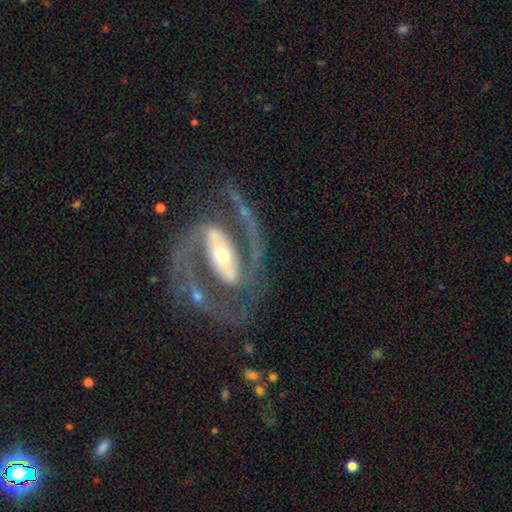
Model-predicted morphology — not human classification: A featured or disk galaxy (92%) with a strong bar (62%), 2 (93%) medium (61%) spiral arms (97%) and a moderate central bulge (53%). Merging: none (71%).